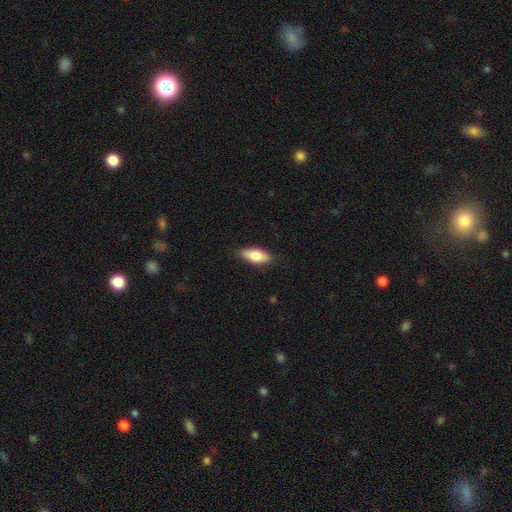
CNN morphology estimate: The model was most divided on "smooth or featured": smooth: 74%, featured or disk: 20%, star or artifact: 6%. More confident: merging — none (87%); how rounded — in between (78%).